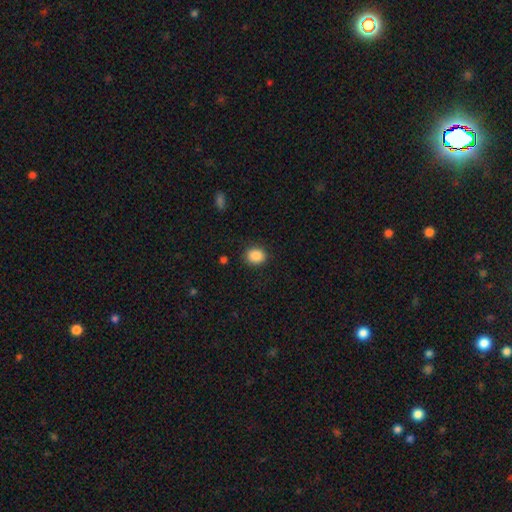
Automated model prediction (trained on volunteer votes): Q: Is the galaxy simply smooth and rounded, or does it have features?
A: smooth — 88%.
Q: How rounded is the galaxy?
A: round — 58%.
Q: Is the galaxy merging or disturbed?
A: none — 87%.